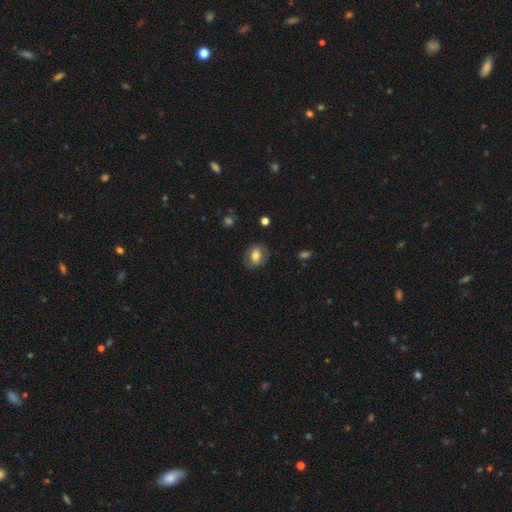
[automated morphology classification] smooth 61%, featured or disk 30%, star or artifact 8%. Down the decision tree: how rounded — in between (59%); merging — none (76%).